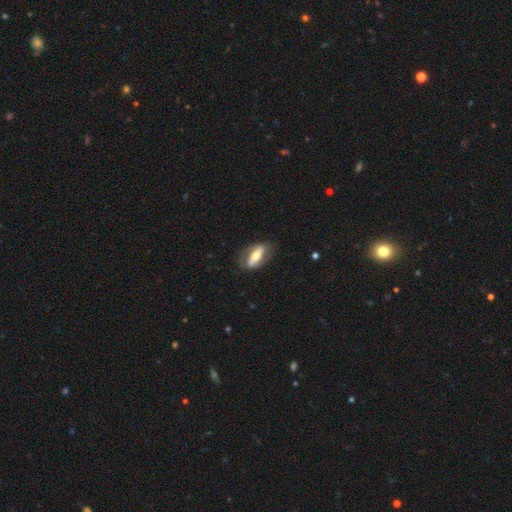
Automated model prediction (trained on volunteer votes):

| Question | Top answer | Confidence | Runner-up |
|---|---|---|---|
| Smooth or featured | featured or disk | 61% | smooth (33%) |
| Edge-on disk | no | 66% | yes (34%) |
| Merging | none | 77% | minor disturbance (16%) |